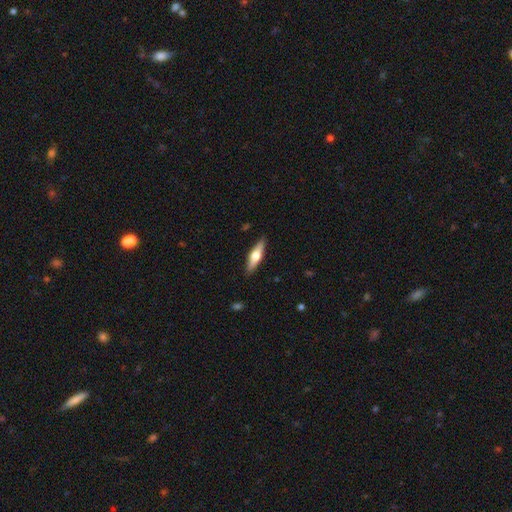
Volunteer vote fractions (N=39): smooth-or-featured: smooth: 56% | featured or disk: 44% | star or artifact: 0%
  how-rounded: cigar-shaped: 55% | in between: 45% | round: 0%
  merging: none: 87% | minor disturbance: 10% | major disturbance: 3% | merger: 0%